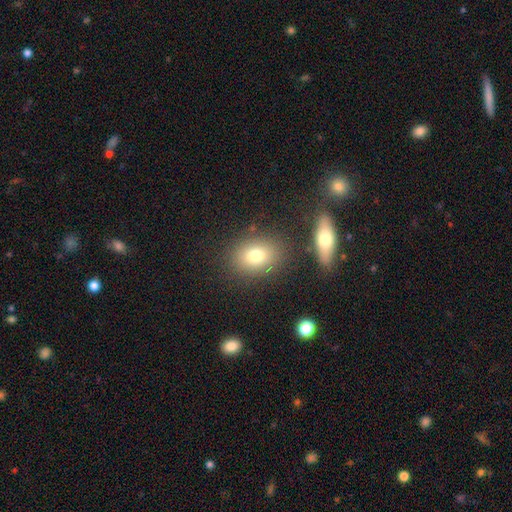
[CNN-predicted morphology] Smooth or featured: smooth — 76% (featured or disk — 13%)
How rounded: in between — 58% (round — 41%)
Merging: none — 80% (minor disturbance — 10%)